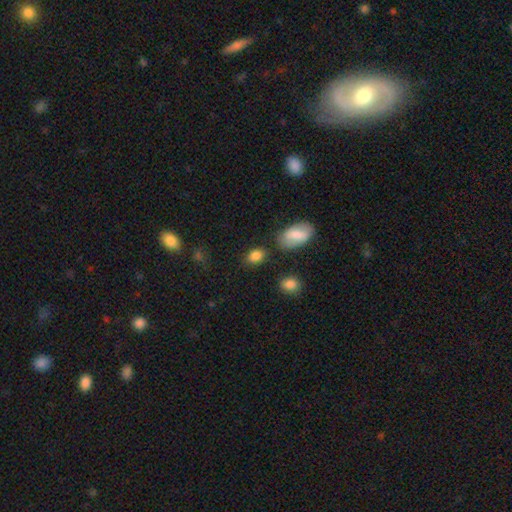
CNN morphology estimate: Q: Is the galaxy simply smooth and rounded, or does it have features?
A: smooth — 85%.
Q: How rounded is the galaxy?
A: in between — 77%.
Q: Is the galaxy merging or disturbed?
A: none — 76%.